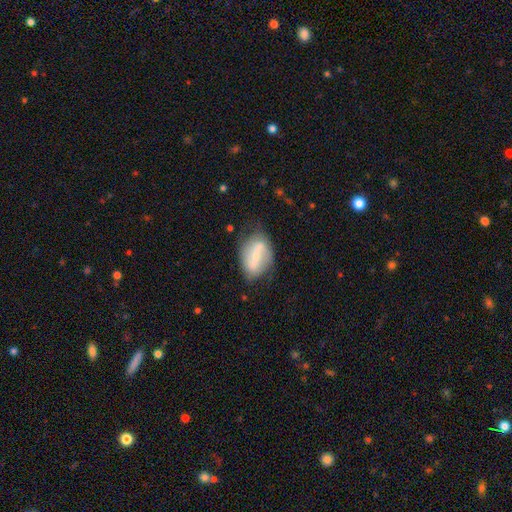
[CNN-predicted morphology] Q: Smooth or featured?
A: featured or disk (61%); runner-up: smooth (32%)
Q: Edge-on disk?
A: no (95%); runner-up: yes (5%)
Q: Bar?
A: strong (43%); runner-up: weak (36%)
Q: Spiral arms?
A: yes (71%); runner-up: no (29%)
Q: Bulge size?
A: small (61%); runner-up: moderate (29%)
Q: Merging?
A: none (64%); runner-up: minor disturbance (23%)